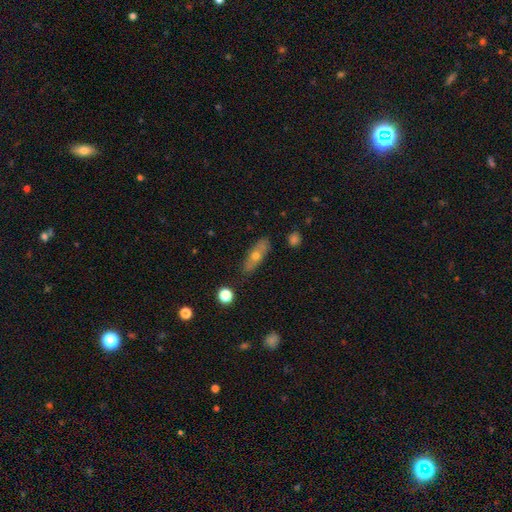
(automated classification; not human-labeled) Overall: smooth (53%; featured or disk 39%). How rounded: cigar-shaped (50%; in between 45%). Merging: none (80%).